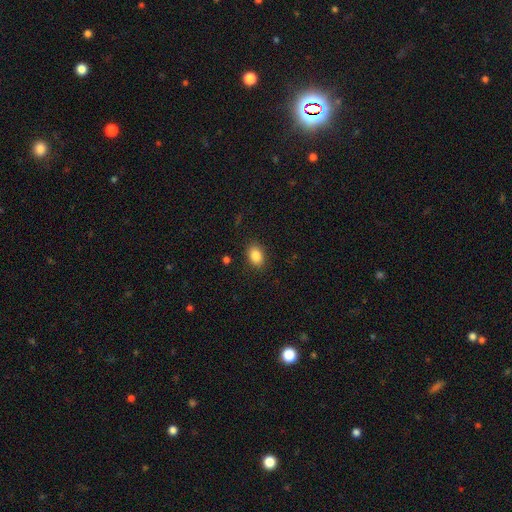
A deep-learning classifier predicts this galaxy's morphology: Q: Smooth or featured?
A: smooth (85%); runner-up: star or artifact (9%)
Q: How rounded?
A: in between (76%); runner-up: round (23%)
Q: Merging?
A: none (88%); runner-up: minor disturbance (9%)